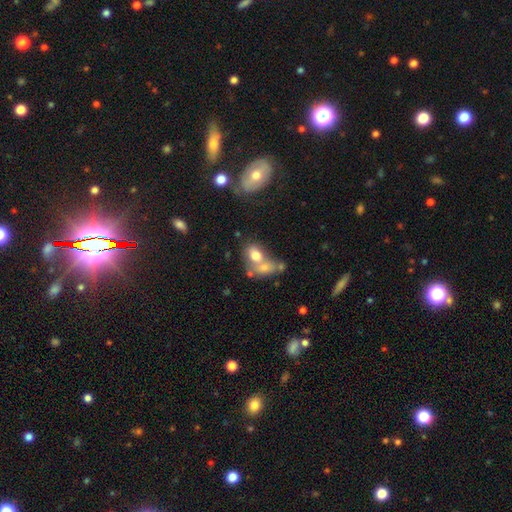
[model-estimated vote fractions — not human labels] smooth-or-featured: smooth: 72% | featured or disk: 18% | star or artifact: 10%
  how-rounded: in between: 72% | round: 26% | cigar-shaped: 2%
  merging: merger: 57% | none: 26% | minor disturbance: 10% | major disturbance: 7%